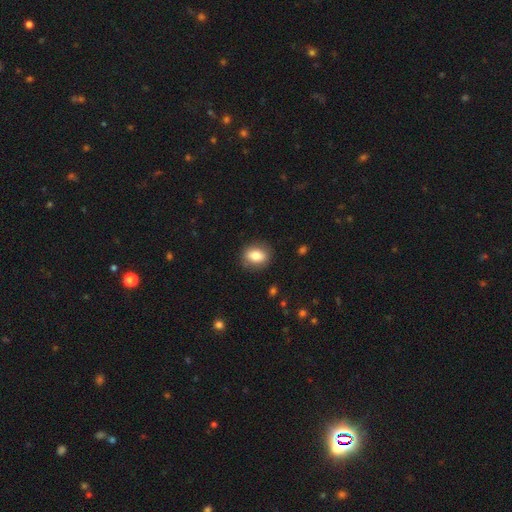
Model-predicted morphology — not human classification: Smooth or featured? Predicted: smooth (p=0.80). How rounded? Predicted: in between (p=0.61). Merging? Predicted: none (p=0.86).